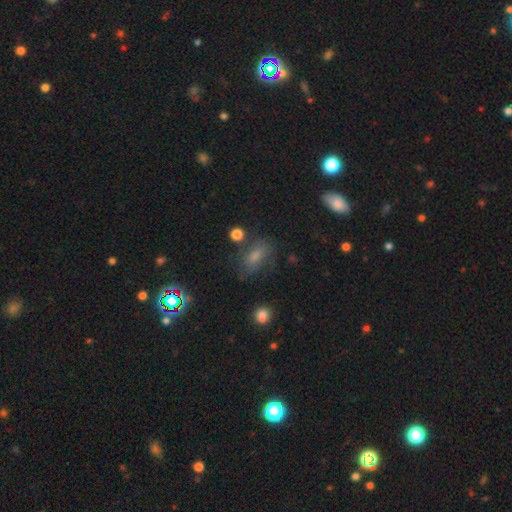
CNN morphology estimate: smooth-or-featured: smooth: 46% | featured or disk: 29% | star or artifact: 25%
  merging: none: 63% | minor disturbance: 21% | major disturbance: 12% | merger: 4%